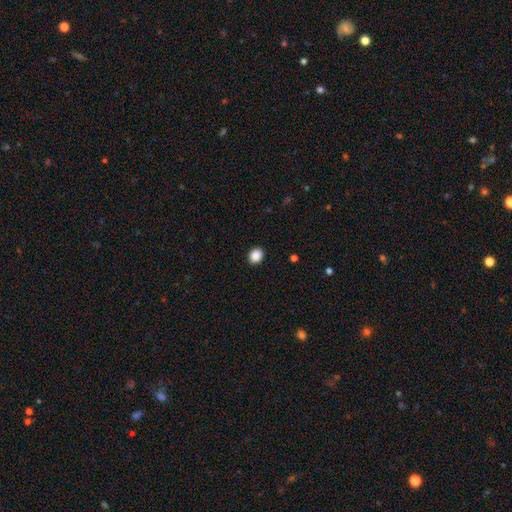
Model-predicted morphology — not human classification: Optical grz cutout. It shows a smooth galaxy with no disk features (88%) that is round (63%). Merging: none (91%).